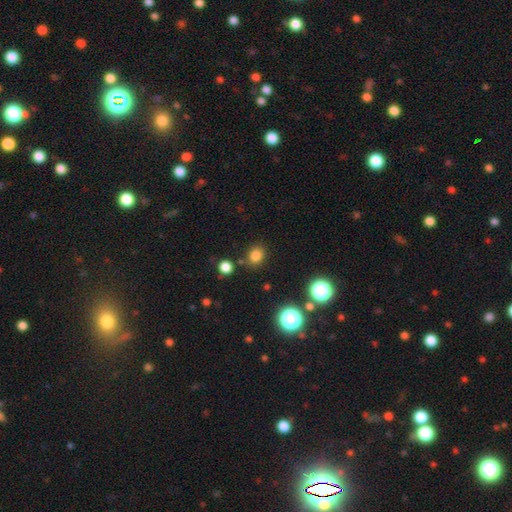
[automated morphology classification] type=smooth (79%); roundness=round (67%); merging=none (80%).